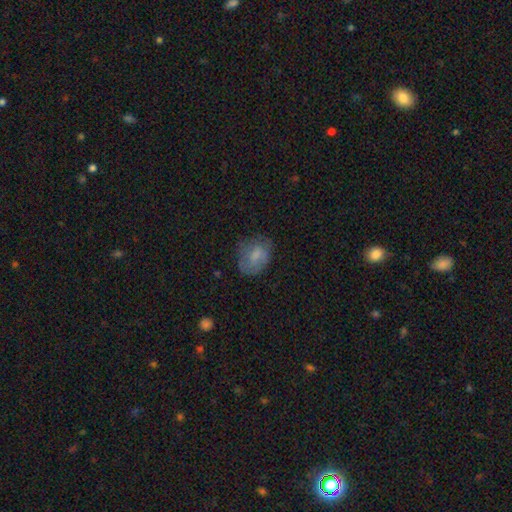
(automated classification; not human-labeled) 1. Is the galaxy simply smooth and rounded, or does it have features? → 70% smooth, 21% featured or disk, 9% star or artifact.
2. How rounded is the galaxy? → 61% in between, 37% round, 1% cigar-shaped.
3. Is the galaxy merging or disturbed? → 60% none, 26% minor disturbance, 13% major disturbance, 1% merger.